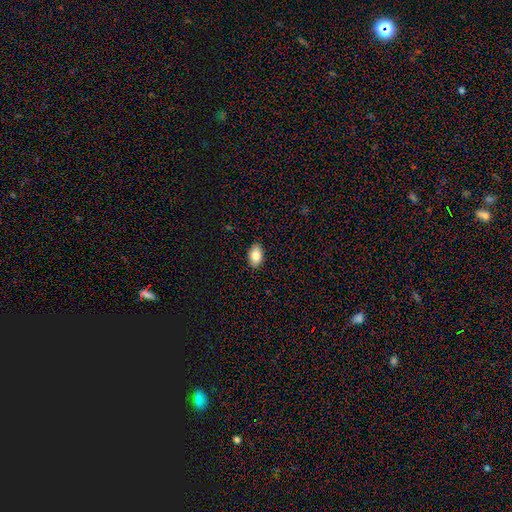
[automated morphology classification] smooth 85%, featured or disk 7%, star or artifact 7%. Down the decision tree: how rounded — in between (91%); merging — none (88%).